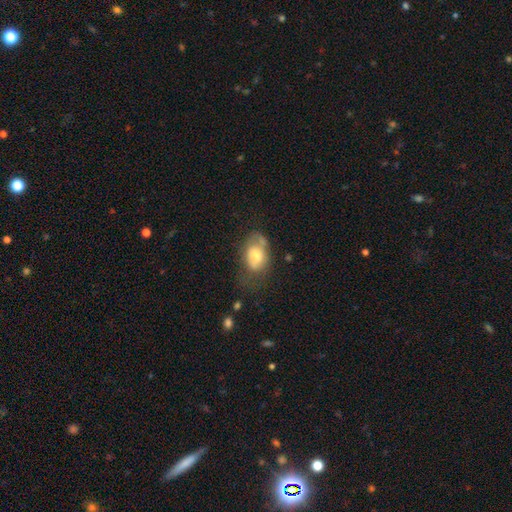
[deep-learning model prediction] A smooth galaxy with no disk features (63%) that is in between round and cigar-shaped (83%).

Vote fractions:
- Smooth or featured? smooth: 63% / featured or disk: 29% / star or artifact: 8%
- How rounded? in between: 83% / round: 15% / cigar-shaped: 1%
- Merging? none: 41% / minor disturbance: 31% / major disturbance: 22% / merger: 7%